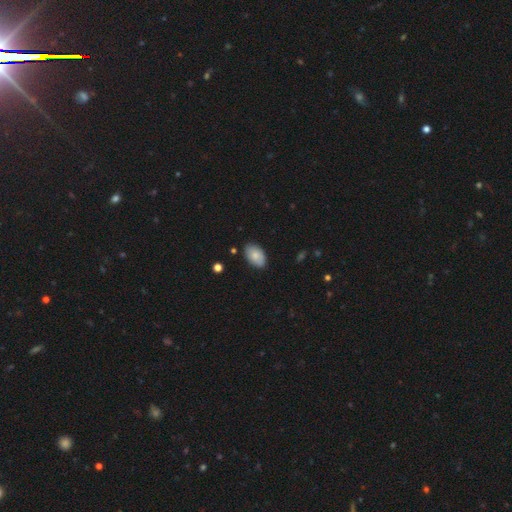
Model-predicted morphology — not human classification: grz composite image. It shows a smooth galaxy with no disk features (80%) that is in between round and cigar-shaped (92%). Merging: none (83%).